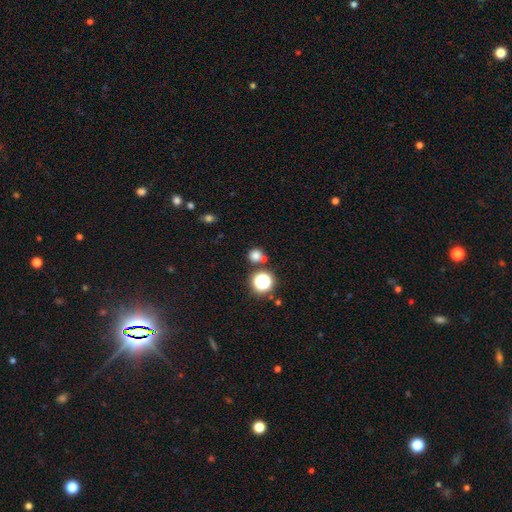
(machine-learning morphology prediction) Overall: smooth (74%). How rounded: round (90%). Merging: none (71%).